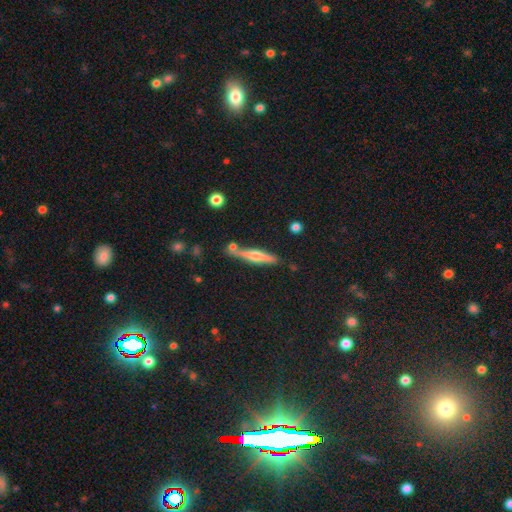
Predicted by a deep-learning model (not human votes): The model was most divided on "smooth or featured": featured or disk: 59%, smooth: 33%, star or artifact: 8%. More confident: edge-on disk — yes (96%); edge-on bulge — rounded (81%); merging — none (78%).